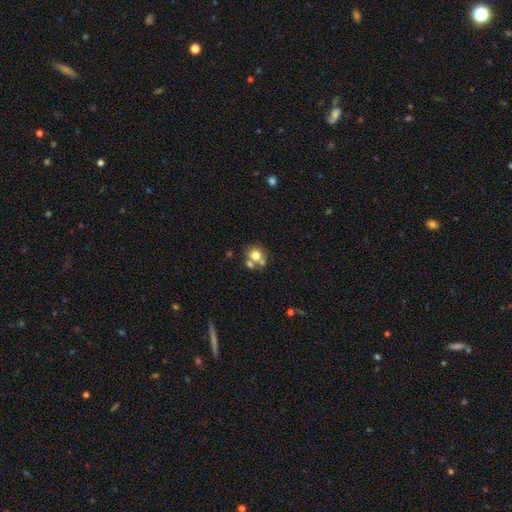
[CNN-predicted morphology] Q: Smooth or featured?
A: smooth (69%); runner-up: featured or disk (19%)
Q: How rounded?
A: round (72%); runner-up: in between (27%)
Q: Merging?
A: none (48%); runner-up: merger (36%)